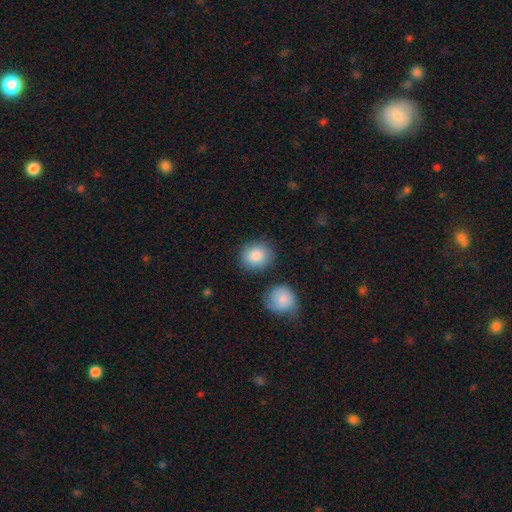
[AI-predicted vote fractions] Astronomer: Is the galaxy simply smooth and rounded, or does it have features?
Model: smooth — 88%.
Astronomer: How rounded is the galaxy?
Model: round — 73%.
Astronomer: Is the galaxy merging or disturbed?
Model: none — 79%.